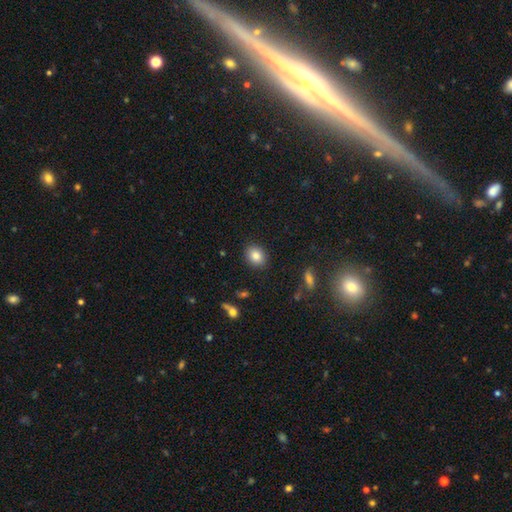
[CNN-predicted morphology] This appears to be a smooth galaxy with no disk features (84%) that is in between round and cigar-shaped (50%). Merging: none (89%).